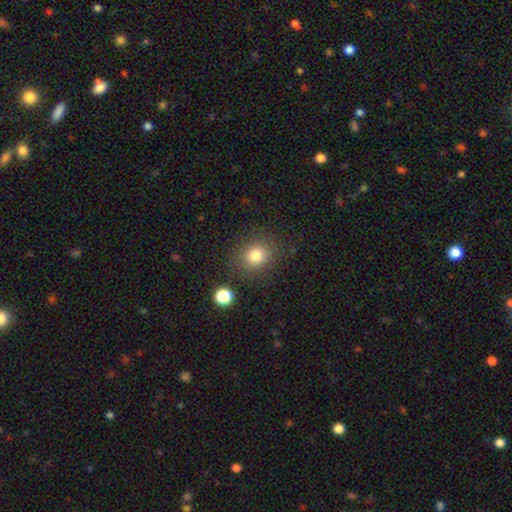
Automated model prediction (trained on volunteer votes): Smooth or featured? smooth (80%)
How rounded? round (70%)
Merging? none (84%)